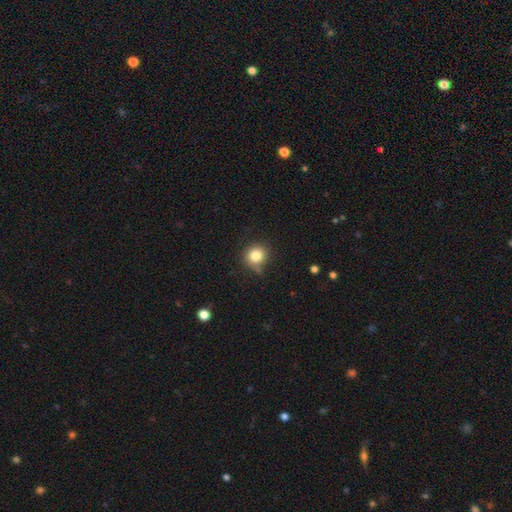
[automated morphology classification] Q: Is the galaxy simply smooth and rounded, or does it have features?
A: smooth — 83%.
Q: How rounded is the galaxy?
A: round — 87%.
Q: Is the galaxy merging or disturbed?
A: none — 77%.